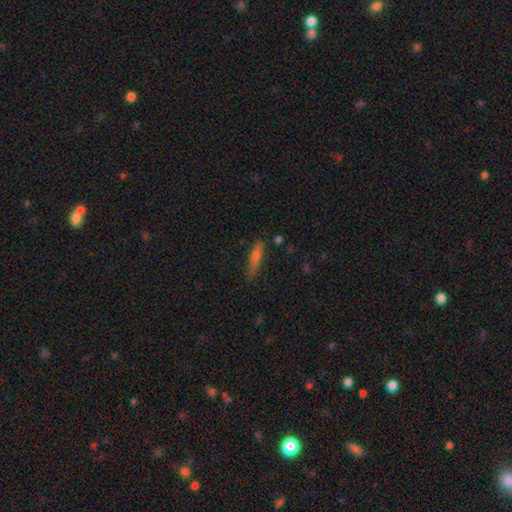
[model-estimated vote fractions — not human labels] Smooth or featured? Predicted: smooth (p=0.62). How rounded? Predicted: cigar-shaped (p=0.87). Merging? Predicted: none (p=0.77).